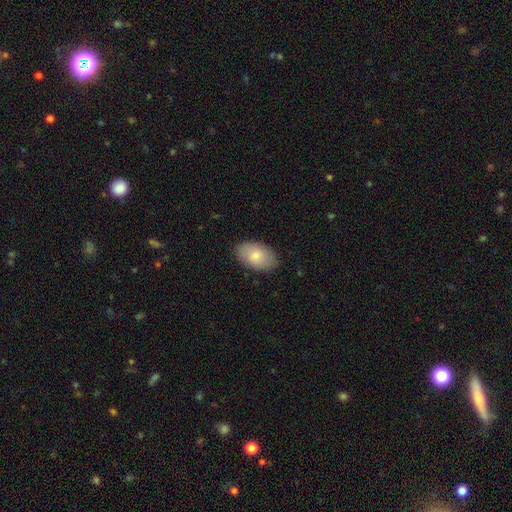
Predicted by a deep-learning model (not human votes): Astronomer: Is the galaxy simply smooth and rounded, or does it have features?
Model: smooth — 78%.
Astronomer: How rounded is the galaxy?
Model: in between — 93%.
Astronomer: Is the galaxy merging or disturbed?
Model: none — 86%.